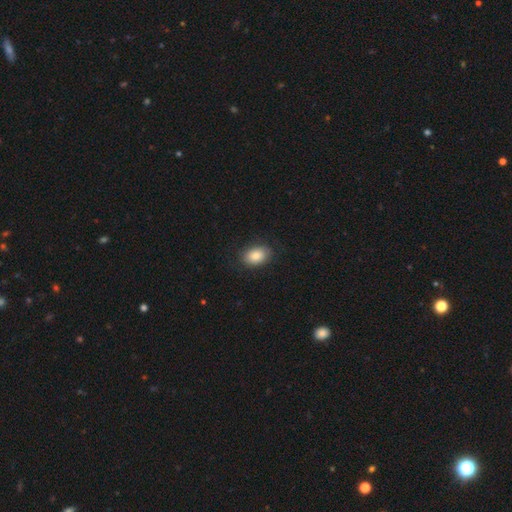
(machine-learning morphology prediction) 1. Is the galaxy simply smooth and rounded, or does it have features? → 84% smooth, 8% featured or disk, 8% star or artifact.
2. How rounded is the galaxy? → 83% in between, 16% round, 1% cigar-shaped.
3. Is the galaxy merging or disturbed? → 83% none, 12% minor disturbance, 3% major disturbance, 1% merger.